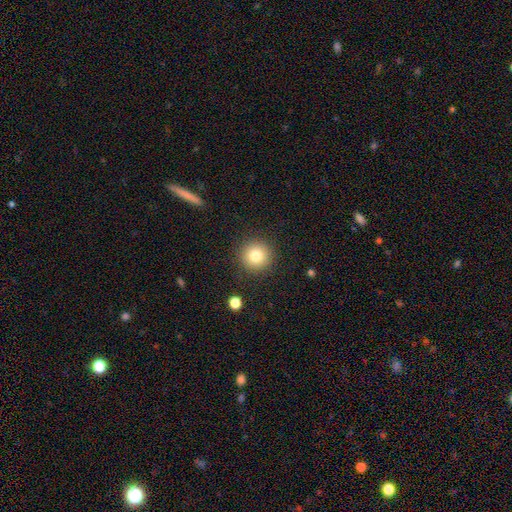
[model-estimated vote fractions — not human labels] Q: Smooth or featured?
A: smooth (80%); runner-up: star or artifact (11%)
Q: How rounded?
A: round (95%); runner-up: in between (4%)
Q: Merging?
A: none (90%); runner-up: minor disturbance (6%)